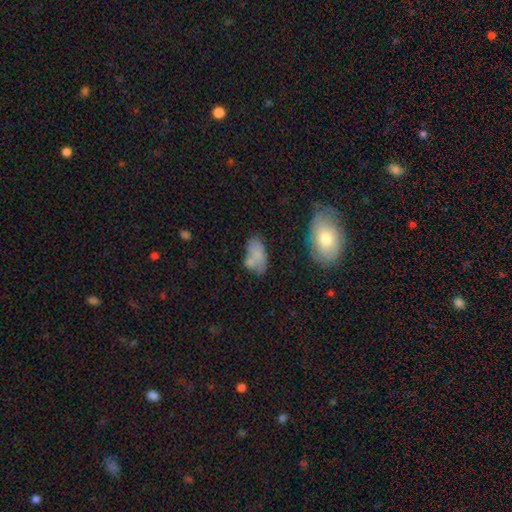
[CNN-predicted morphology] Smooth or featured: smooth — 69% (featured or disk — 21%)
How rounded: in between — 89% (round — 7%)
Merging: none — 41% (merger — 25%)